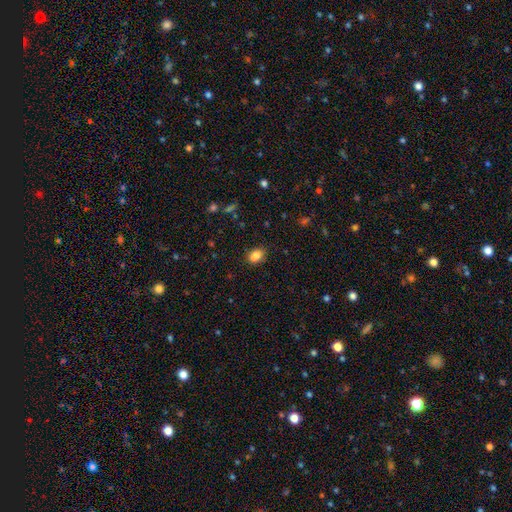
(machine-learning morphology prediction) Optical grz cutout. It shows a smooth galaxy with no disk features (86%) that is in between round and cigar-shaped (75%). Merging: none (84%).